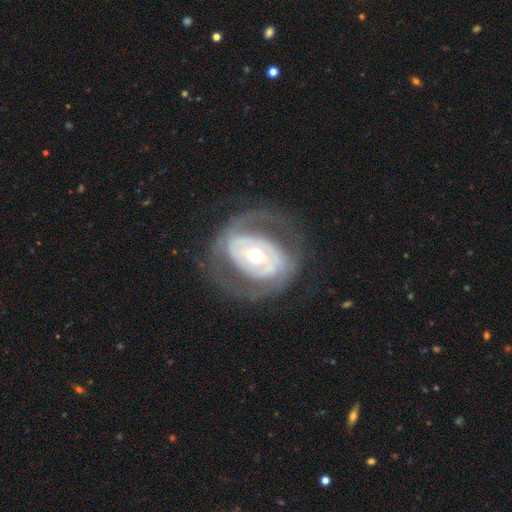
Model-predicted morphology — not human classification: smooth_or_featured: featured or disk (p=0.84) [alt: smooth p=0.11]
disk_edge_on: no (p=0.96) [alt: yes p=0.04]
bar: no (p=0.48) [alt: weak p=0.30]
has_spiral_arms: yes (p=0.80) [alt: no p=0.20]
spiral_winding: tight (p=0.46) [alt: medium p=0.37]
spiral_arm_count: 2 (p=0.67) [alt: can't tell p=0.17]
bulge_size: moderate (p=0.70) [alt: small p=0.19]
merging: none (p=0.67) [alt: major disturbance p=0.16]